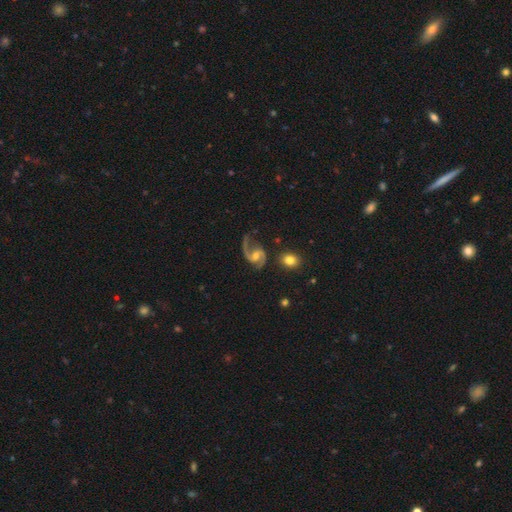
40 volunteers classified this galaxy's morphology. Smooth or featured? 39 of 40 (98%) said featured or disk. Edge-on disk? 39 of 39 (100%) said no. Bar? 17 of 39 (44%) said weak. Spiral arms? 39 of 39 (100%) said yes. Spiral winding? 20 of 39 (51%) said loose. Spiral arm count? 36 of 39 (92%) said 2. Bulge size? 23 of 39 (59%) said moderate. Merging? 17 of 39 (44%) said none.